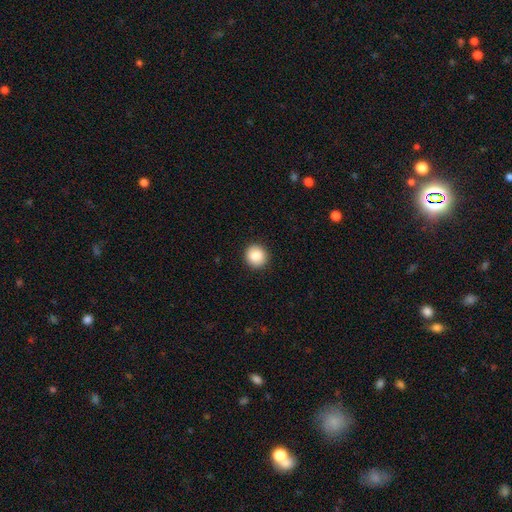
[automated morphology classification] This is clearly a smooth galaxy (87%). How rounded: clearly round (91%). Merging: clearly none (92%).